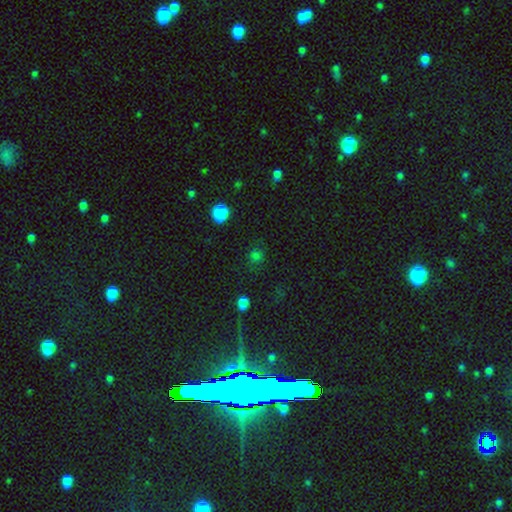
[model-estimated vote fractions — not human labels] The model was most divided on "smooth or featured": smooth: 72%, star or artifact: 23%, featured or disk: 6%. More confident: how rounded — round (83%); merging — none (79%).